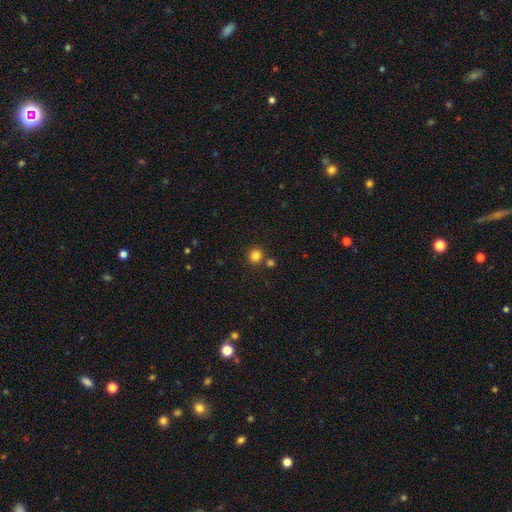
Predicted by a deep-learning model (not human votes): The model was most divided on "merging": none: 78%, merger: 12%, minor disturbance: 7%, major disturbance: 2%. More confident: how rounded — round (90%); smooth or featured — smooth (83%).